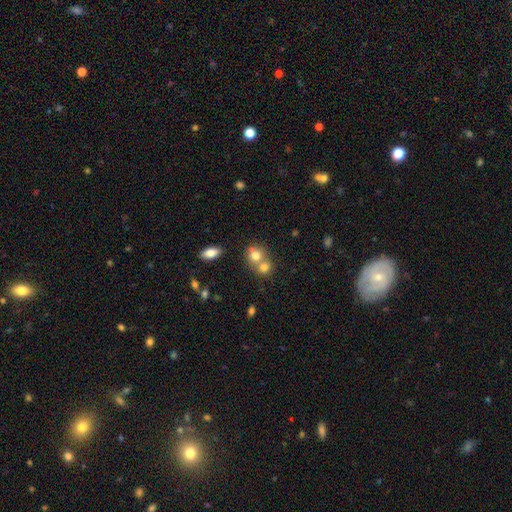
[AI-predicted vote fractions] smooth 75%, featured or disk 14%, star or artifact 11%. Down the decision tree: how rounded — round (75%); merging — merger (56%).